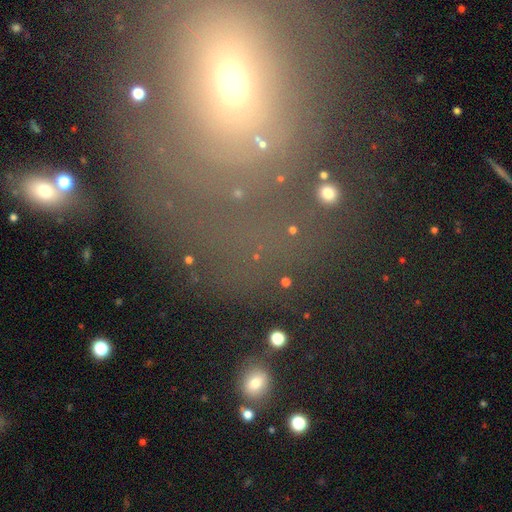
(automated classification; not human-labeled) A smooth galaxy with no disk features (39%). Merging: none (58%).